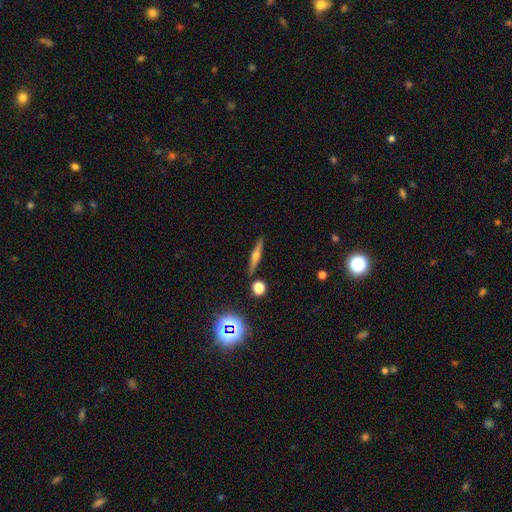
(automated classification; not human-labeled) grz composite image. It shows a featured or disk galaxy (62%) viewed edge-on (96%) with a rounded central bulge (91%). Merging: none (87%).